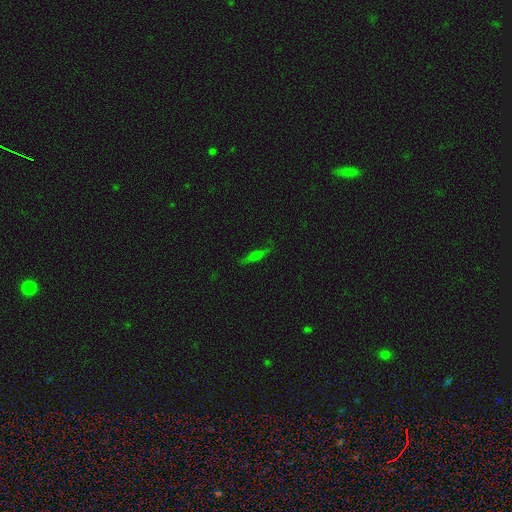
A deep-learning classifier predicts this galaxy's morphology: The model was most divided on "smooth or featured": featured or disk: 51%, smooth: 37%, star or artifact: 12%. More confident: edge-on disk — yes (93%); merging — none (84%).